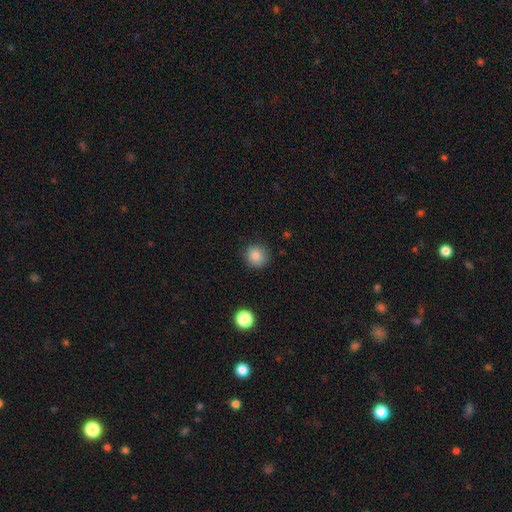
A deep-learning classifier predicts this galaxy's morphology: smooth-or-featured: smooth: 85% | star or artifact: 10% | featured or disk: 4%
  how-rounded: round: 92% | in between: 7% | cigar-shaped: 1%
  merging: none: 87% | minor disturbance: 9% | major disturbance: 3% | merger: 1%